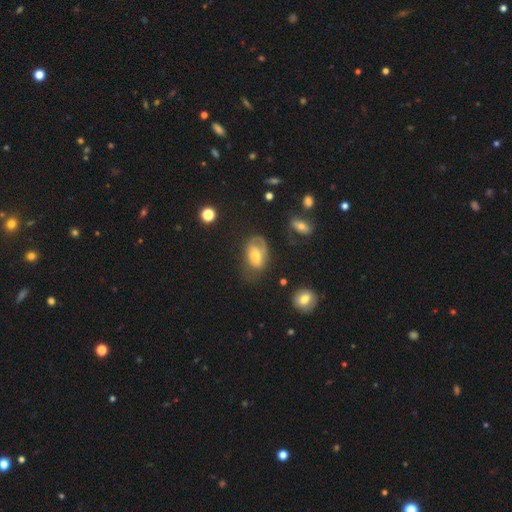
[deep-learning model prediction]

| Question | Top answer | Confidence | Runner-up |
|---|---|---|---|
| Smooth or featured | smooth | 47% | featured or disk (44%) |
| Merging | none | 49% | minor disturbance (25%) |